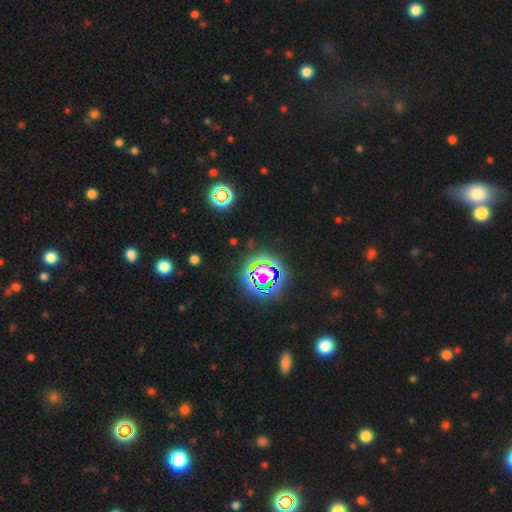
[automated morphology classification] Smooth or featured: star or artifact — 78% (smooth — 14%)